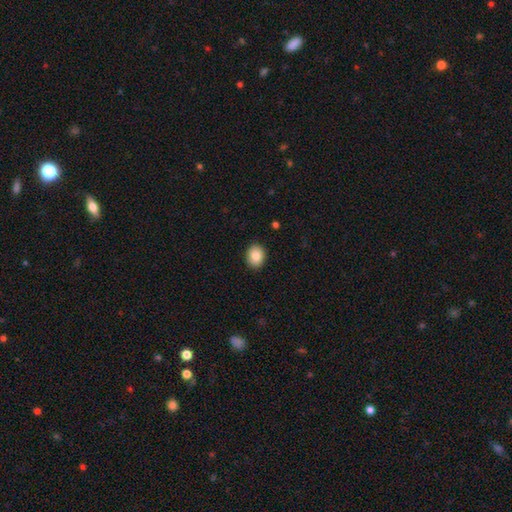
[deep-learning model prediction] This is clearly a smooth galaxy (85%). How rounded: possibly in between (52%). Merging: clearly none (90%).